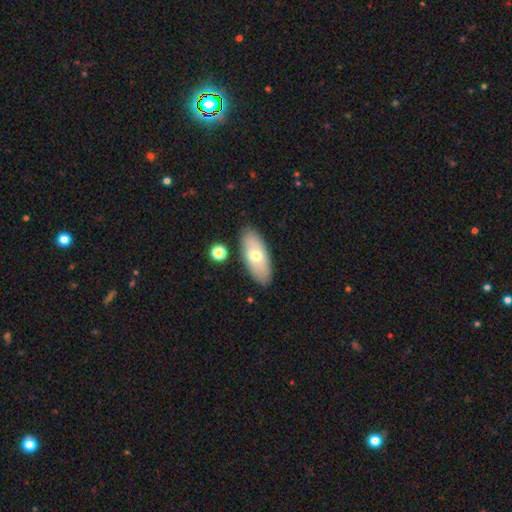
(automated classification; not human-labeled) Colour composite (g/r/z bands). It shows a smooth galaxy with no disk features (62%) that is in between round and cigar-shaped (85%). Merging: none (83%).